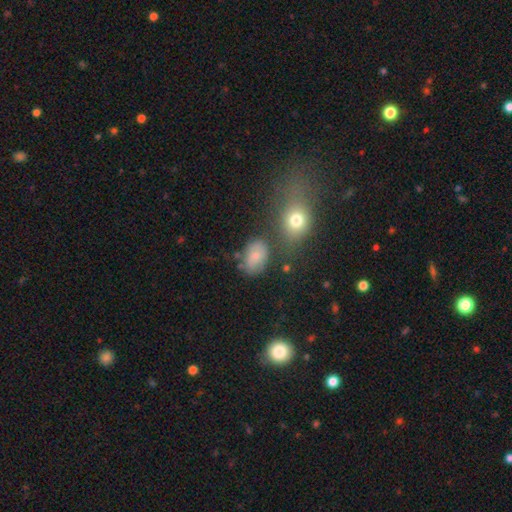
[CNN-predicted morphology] Smooth or featured? smooth (71%)
How rounded? in between (80%)
Merging? none (63%)